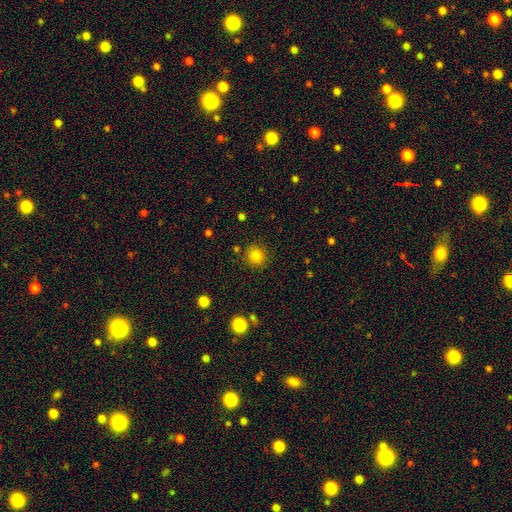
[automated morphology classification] Smooth or featured: smooth — 84% (star or artifact — 12%)
How rounded: round — 91% (in between — 8%)
Merging: none — 86% (minor disturbance — 8%)